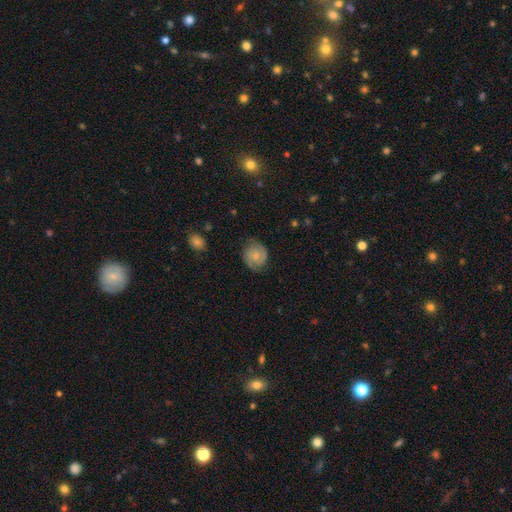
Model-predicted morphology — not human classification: Q: Smooth or featured?
A: featured or disk (54%); runner-up: smooth (38%)
Q: Edge-on disk?
A: no (98%); runner-up: yes (2%)
Q: Bar?
A: no (66%); runner-up: weak (29%)
Q: Spiral arms?
A: yes (89%); runner-up: no (11%)
Q: Bulge size?
A: small (53%); runner-up: moderate (32%)
Q: Merging?
A: none (76%); runner-up: minor disturbance (18%)